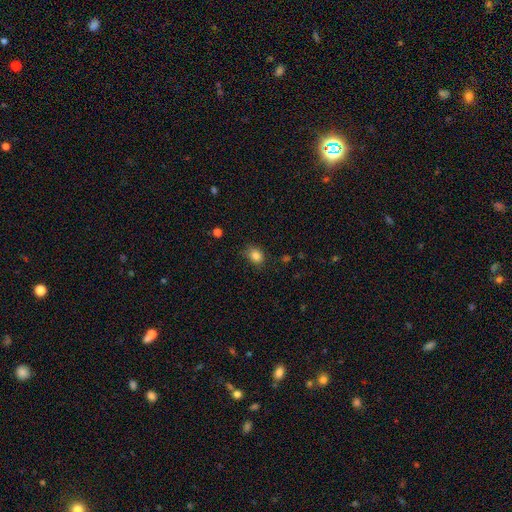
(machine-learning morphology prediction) This is clearly a smooth galaxy (84%). How rounded: possibly in between (50%). Merging: likely none (72%).